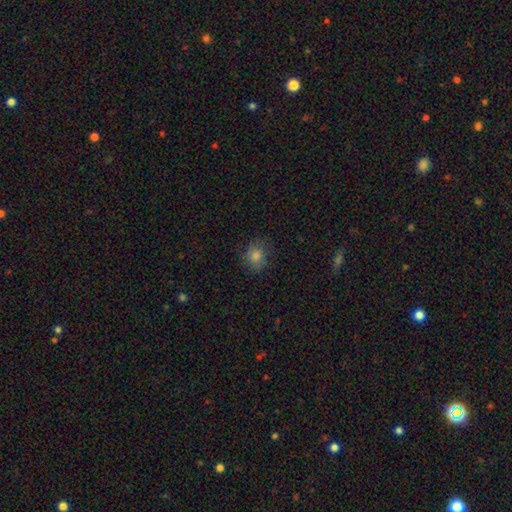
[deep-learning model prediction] Smooth or featured? Predicted: smooth (p=0.77). How rounded? Predicted: round (p=0.78). Merging? Predicted: none (p=0.81).